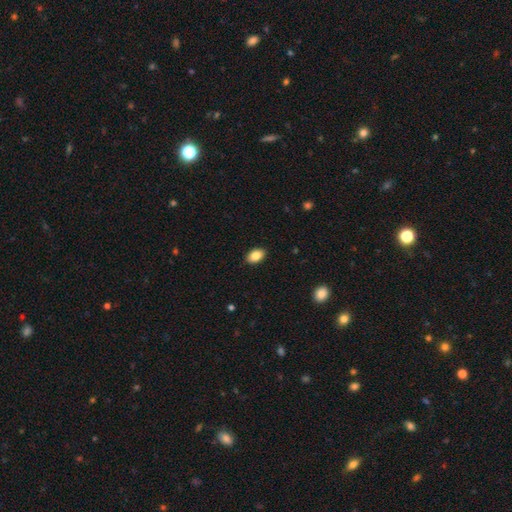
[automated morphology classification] A smooth galaxy with no disk features (86%) that is in between round and cigar-shaped (88%). Merging: none (90%).